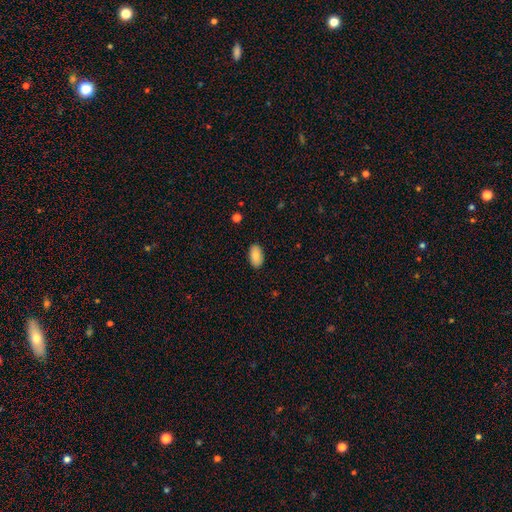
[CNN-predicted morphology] This is clearly a smooth galaxy (85%). How rounded: clearly in between (95%). Merging: clearly none (87%).